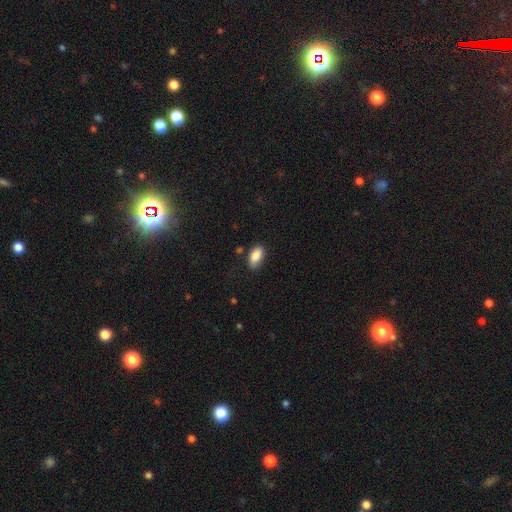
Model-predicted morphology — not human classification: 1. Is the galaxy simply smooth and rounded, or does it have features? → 87% smooth, 7% star or artifact, 6% featured or disk.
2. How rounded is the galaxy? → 91% in between, 6% cigar-shaped, 3% round.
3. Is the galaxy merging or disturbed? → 75% none, 19% minor disturbance, 4% major disturbance, 2% merger.